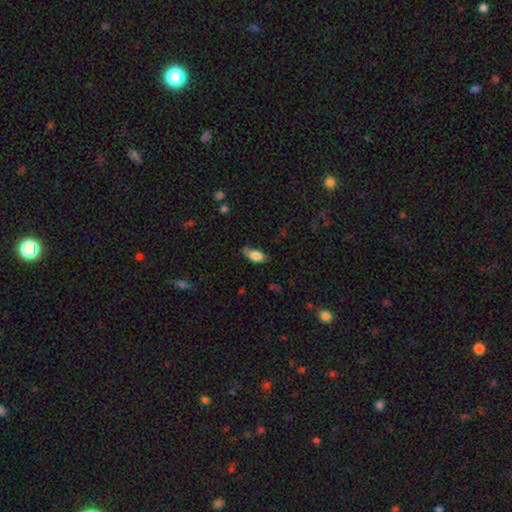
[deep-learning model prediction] Overall: smooth (80%). How rounded: in between (88%). Merging: none (61%; minor disturbance 28%).